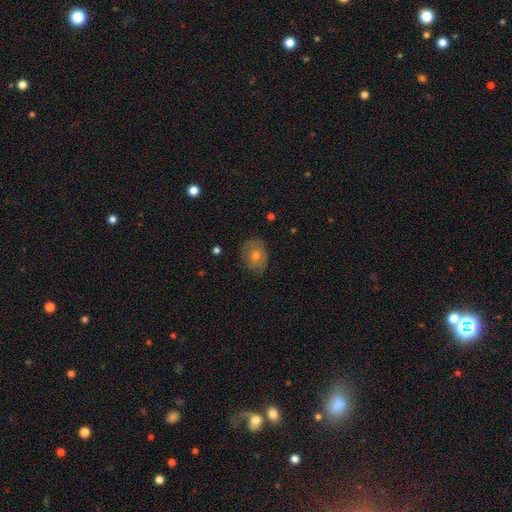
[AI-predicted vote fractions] A smooth galaxy with no disk features (60%) that is in between round and cigar-shaped (51%).

Vote fractions:
- Smooth or featured? smooth: 60% / featured or disk: 27% / star or artifact: 12%
- How rounded? in between: 51% / round: 47% / cigar-shaped: 1%
- Merging? none: 79% / minor disturbance: 16% / major disturbance: 4% / merger: 1%